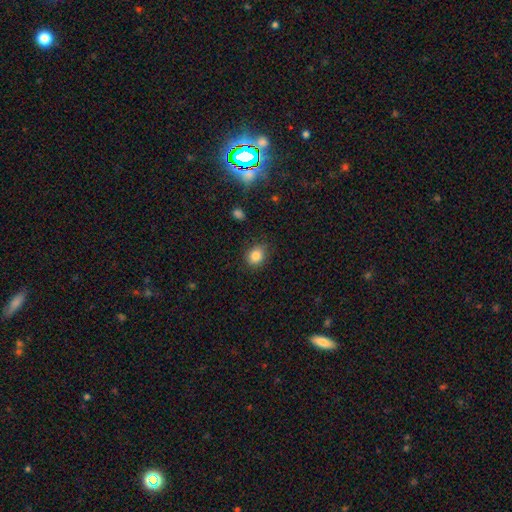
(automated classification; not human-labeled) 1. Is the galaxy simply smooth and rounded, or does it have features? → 83% smooth, 11% star or artifact, 6% featured or disk.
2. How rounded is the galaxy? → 55% round, 44% in between, 1% cigar-shaped.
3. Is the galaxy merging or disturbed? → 83% none, 13% minor disturbance, 3% major disturbance, 1% merger.